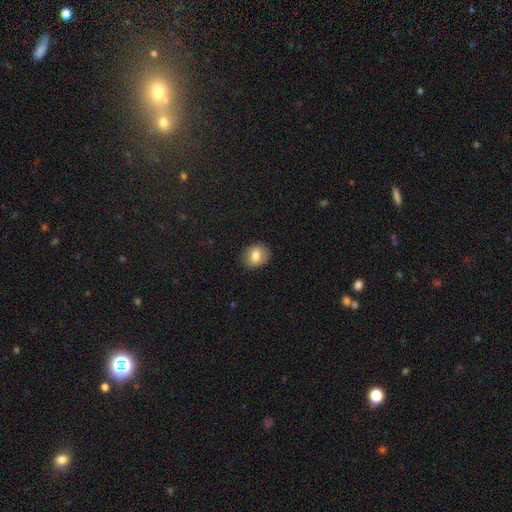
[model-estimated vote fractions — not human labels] Q: Smooth or featured?
A: smooth (76%); runner-up: featured or disk (15%)
Q: How rounded?
A: in between (55%); runner-up: round (44%)
Q: Merging?
A: none (86%); runner-up: minor disturbance (10%)